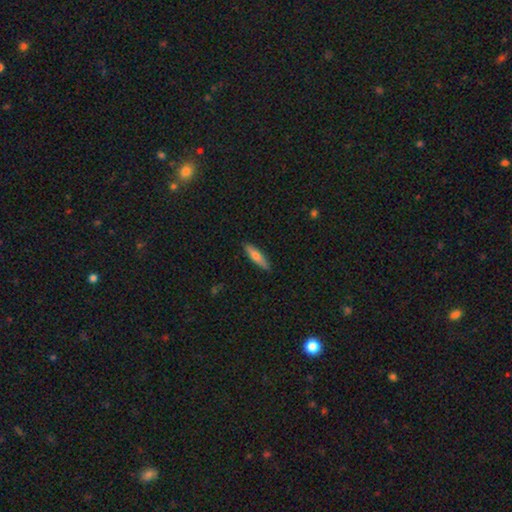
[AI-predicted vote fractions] smooth-or-featured: smooth: 70% | featured or disk: 24% | star or artifact: 6%
  how-rounded: cigar-shaped: 74% | in between: 24% | round: 2%
  merging: none: 88% | minor disturbance: 9% | major disturbance: 2% | merger: 1%